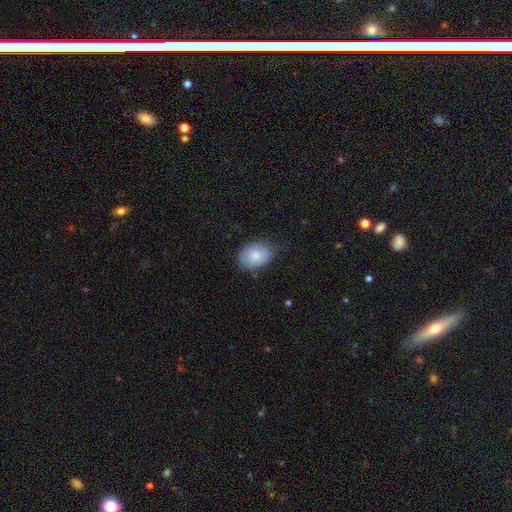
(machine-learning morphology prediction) smooth-or-featured: smooth: 81% | featured or disk: 12% | star or artifact: 7%
  how-rounded: in between: 66% | round: 34% | cigar-shaped: 1%
  merging: none: 69% | minor disturbance: 24% | major disturbance: 5% | merger: 1%